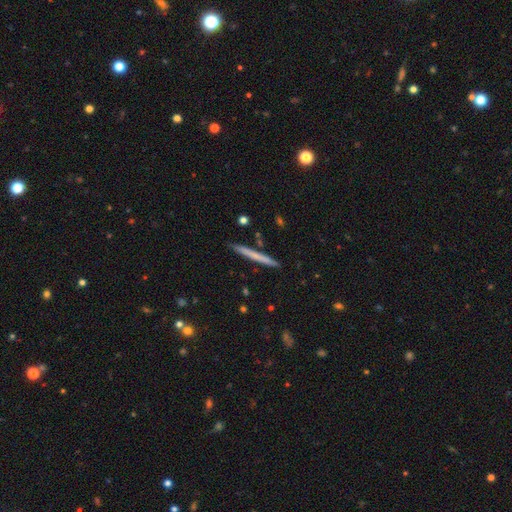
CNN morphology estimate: This appears to be a smooth galaxy with no disk features (59%) that is cigar-shaped (97%). Merging: none (90%).